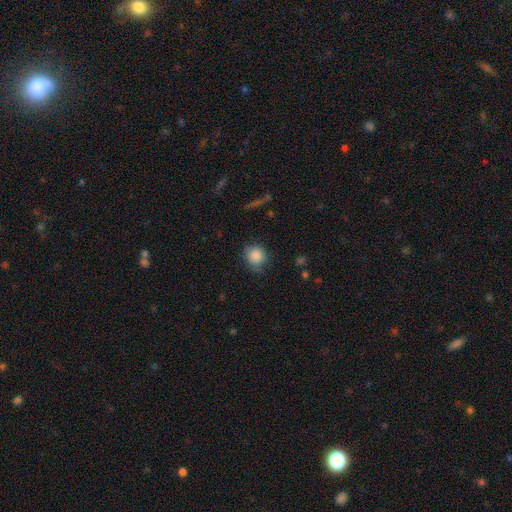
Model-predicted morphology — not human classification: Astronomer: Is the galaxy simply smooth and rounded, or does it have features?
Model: smooth — 86%.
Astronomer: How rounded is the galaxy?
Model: round — 85%.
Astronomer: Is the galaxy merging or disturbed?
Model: none — 76%.